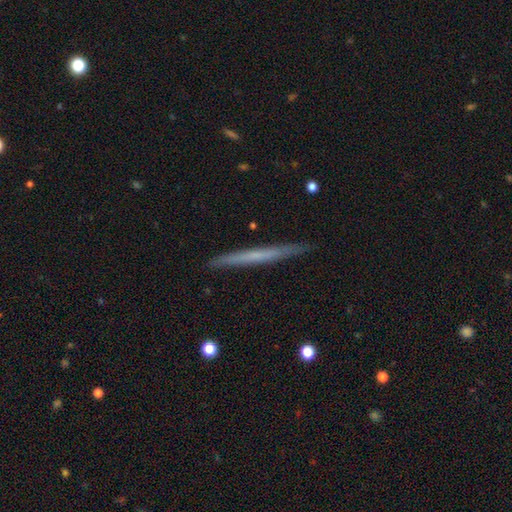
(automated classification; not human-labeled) A featured or disk galaxy (47%, tied with smooth).

Vote fractions:
- Smooth or featured? featured or disk: 47% (tied) / smooth: 47% (tied) / star or artifact: 6%
- Merging? none: 91% / minor disturbance: 6% / major disturbance: 1% / merger: 1%